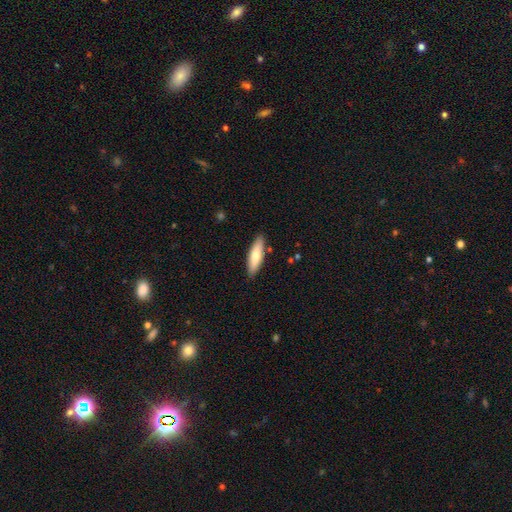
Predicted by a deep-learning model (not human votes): smooth_or_featured: smooth (p=0.72) [alt: featured or disk p=0.22]
how_rounded: cigar-shaped (p=0.58) [alt: in between p=0.41]
merging: none (p=0.87) [alt: minor disturbance p=0.09]